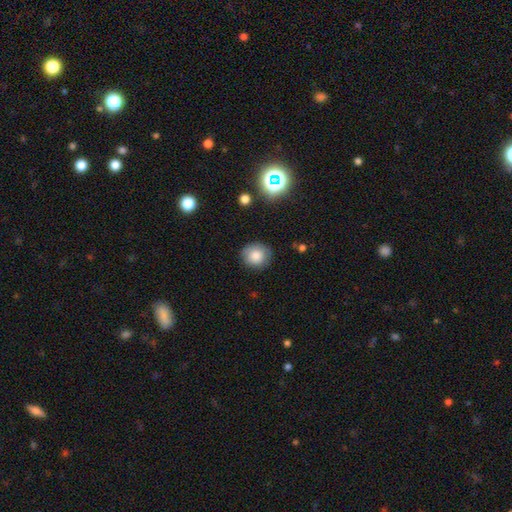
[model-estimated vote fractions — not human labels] The model was most divided on "how rounded": round: 83%, in between: 16%, cigar-shaped: 1%. More confident: merging — none (83%); smooth or featured — smooth (81%).